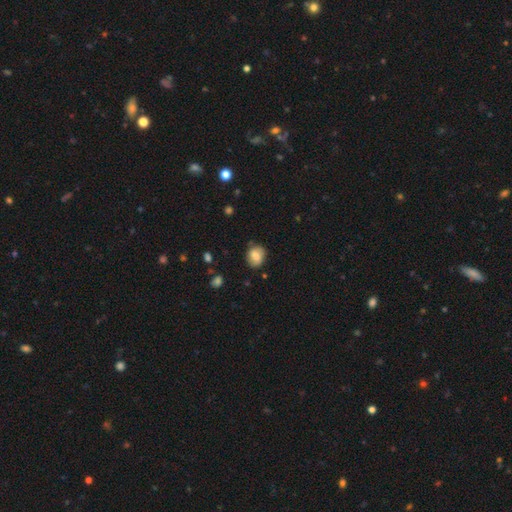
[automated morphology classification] smooth 72%, featured or disk 20%, star or artifact 8%. Down the decision tree: how rounded — round (55%); merging — none (73%).